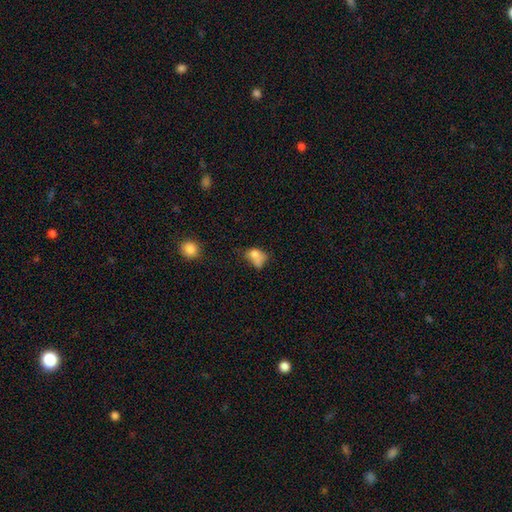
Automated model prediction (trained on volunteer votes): Smooth or featured? Predicted: smooth (p=0.70). How rounded? Predicted: in between (p=0.68). Merging? Predicted: merger (p=0.31).